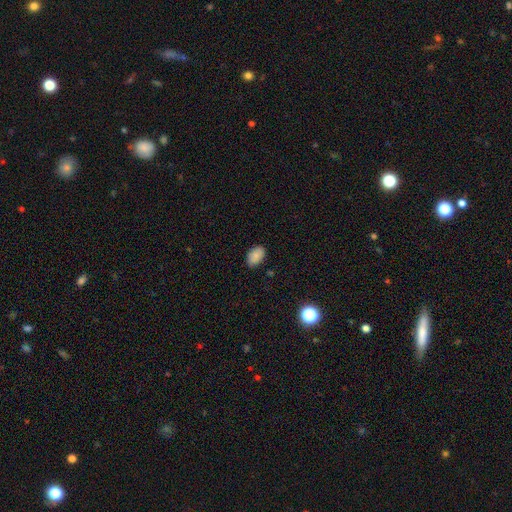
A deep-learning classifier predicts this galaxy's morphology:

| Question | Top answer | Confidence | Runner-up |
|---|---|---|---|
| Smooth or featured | smooth | 86% | star or artifact (8%) |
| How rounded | in between | 90% | round (8%) |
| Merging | none | 86% | minor disturbance (11%) |